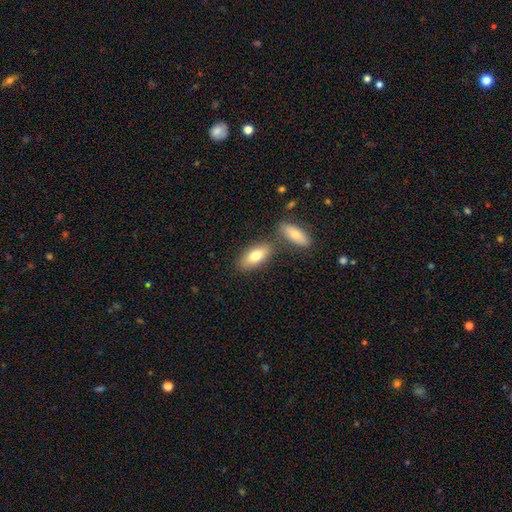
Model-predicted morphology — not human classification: smooth 76%, featured or disk 18%, star or artifact 6%. Down the decision tree: how rounded — in between (84%); merging — none (66%).